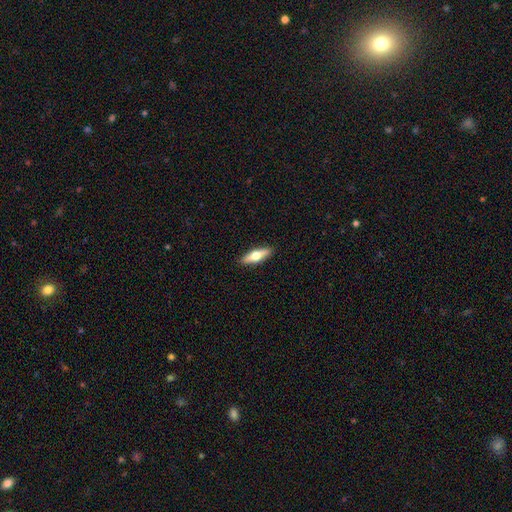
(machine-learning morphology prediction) A smooth galaxy with no disk features (47%, tied with featured or disk).

Vote fractions:
- Smooth or featured? smooth: 47% (tied) / featured or disk: 47% (tied) / star or artifact: 6%
- Merging? none: 90% / minor disturbance: 7% / major disturbance: 2% / merger: 1%